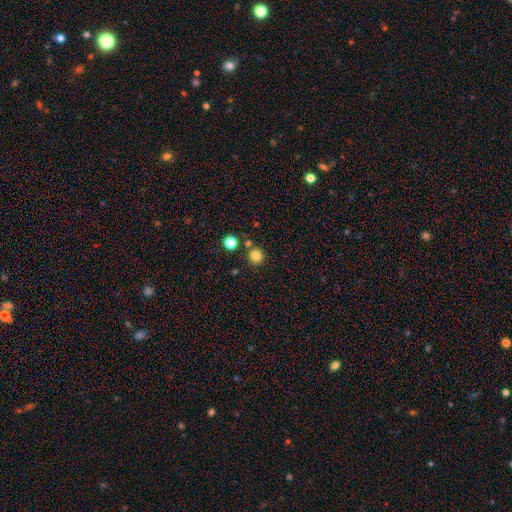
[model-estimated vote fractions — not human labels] A smooth galaxy with no disk features (82%) that is round (93%).

Vote fractions:
- Smooth or featured? smooth: 82% / star or artifact: 13% / featured or disk: 5%
- How rounded? round: 93% / in between: 6% / cigar-shaped: 1%
- Merging? none: 83% / merger: 8% / minor disturbance: 7% / major disturbance: 2%